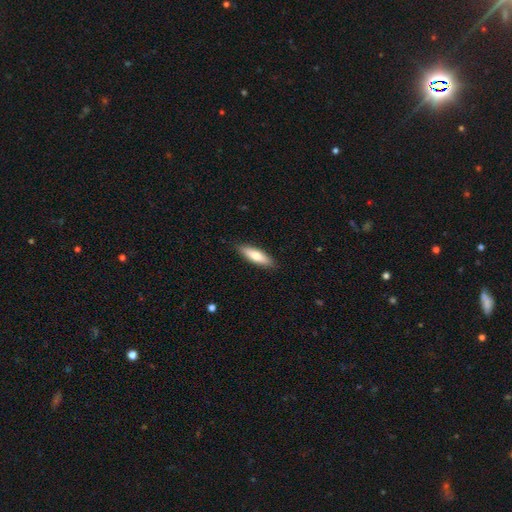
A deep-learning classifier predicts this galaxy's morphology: smooth 72%, featured or disk 22%, star or artifact 6%. Down the decision tree: how rounded — cigar-shaped (53%); merging — none (88%).